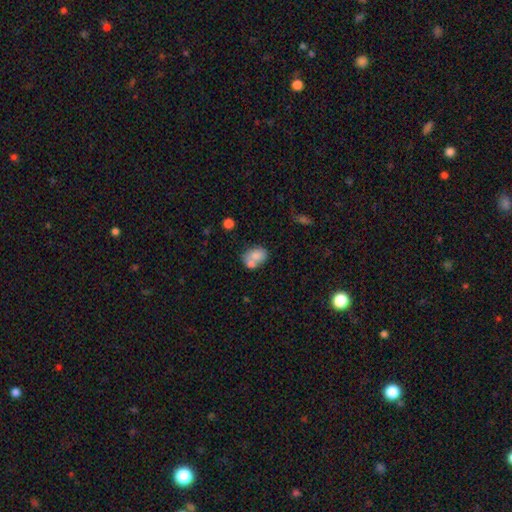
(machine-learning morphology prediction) smooth_or_featured: smooth (p=0.76) [alt: featured or disk p=0.16]
how_rounded: in between (p=0.72) [alt: round p=0.27]
merging: merger (p=0.41) [alt: none p=0.40]